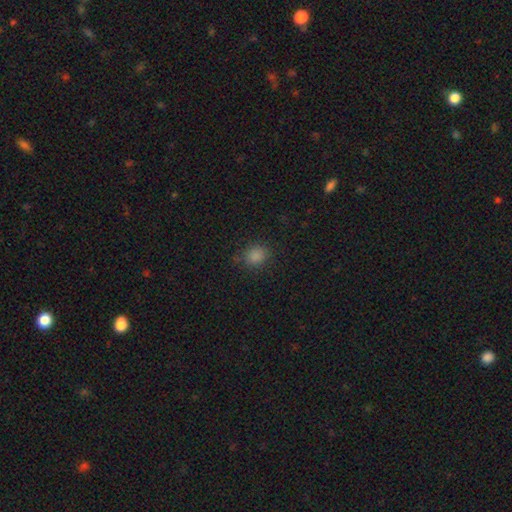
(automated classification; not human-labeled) Overall: smooth (83%). How rounded: round (69%; in between 30%). Merging: none (81%).